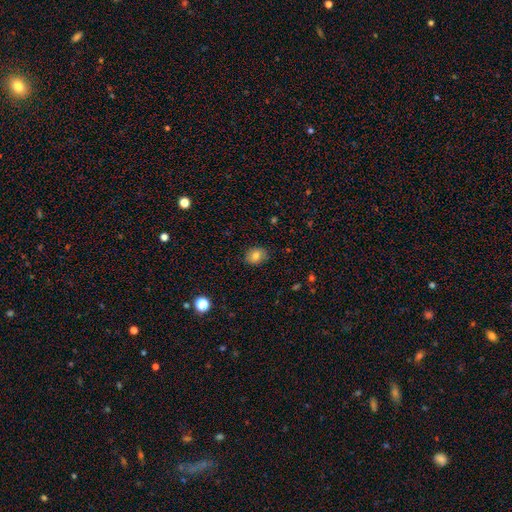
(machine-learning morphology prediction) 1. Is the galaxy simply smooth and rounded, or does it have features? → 79% smooth, 11% featured or disk, 10% star or artifact.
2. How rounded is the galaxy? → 60% in between, 39% round, 1% cigar-shaped.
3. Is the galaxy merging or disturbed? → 86% none, 10% minor disturbance, 2% major disturbance, 1% merger.